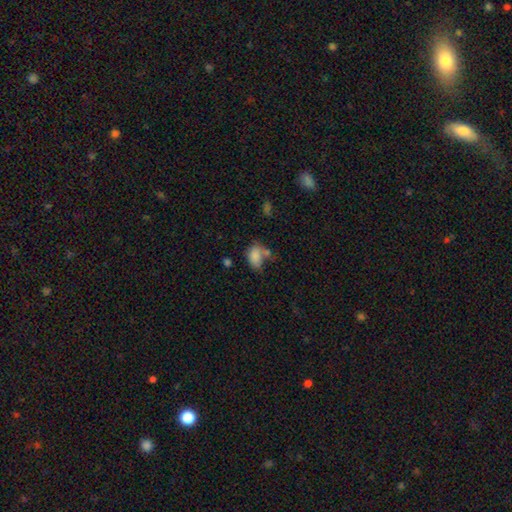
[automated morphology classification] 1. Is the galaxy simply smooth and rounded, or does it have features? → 82% smooth, 9% featured or disk, 9% star or artifact.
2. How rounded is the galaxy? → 86% in between, 12% round, 2% cigar-shaped.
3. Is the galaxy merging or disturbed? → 38% none, 27% merger, 22% minor disturbance, 12% major disturbance.